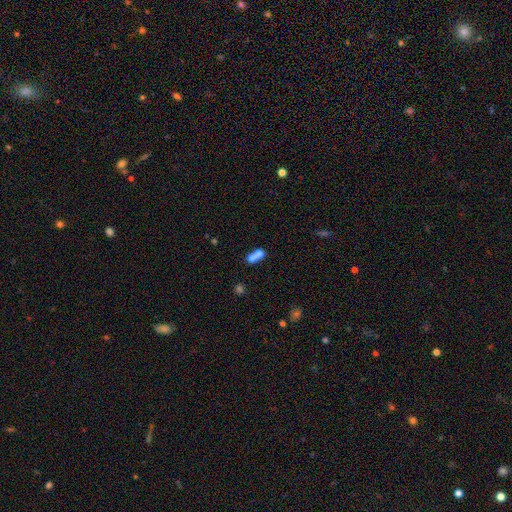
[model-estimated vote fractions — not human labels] Smooth or featured: smooth — 69% (featured or disk — 20%)
How rounded: round — 57% (in between — 40%)
Merging: merger — 71% (none — 21%)